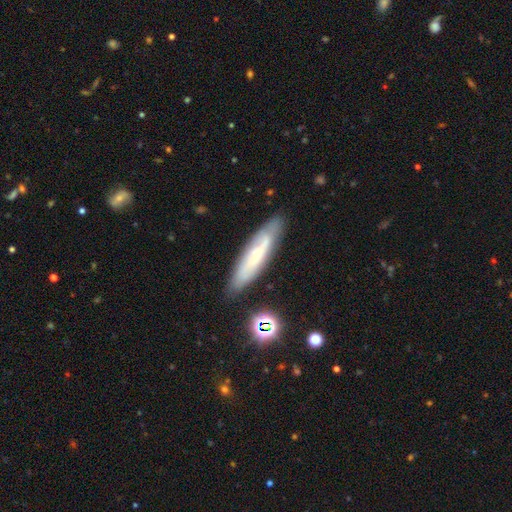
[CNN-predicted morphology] The model was most divided on "smooth or featured": featured or disk: 46%, smooth: 45%, star or artifact: 9%. More confident: merging — none (79%).